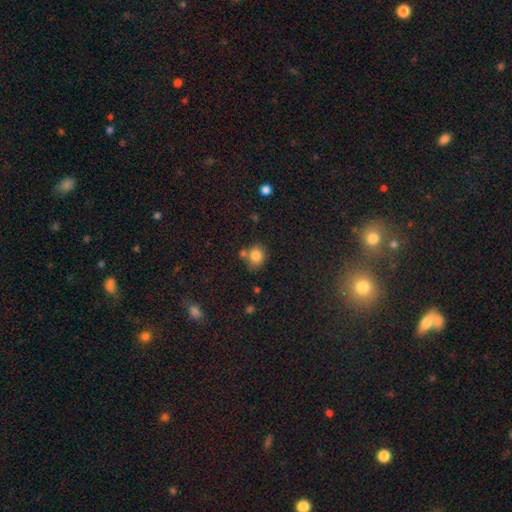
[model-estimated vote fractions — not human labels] A smooth galaxy with no disk features (82%) that is round (62%). Merging: none (61%).